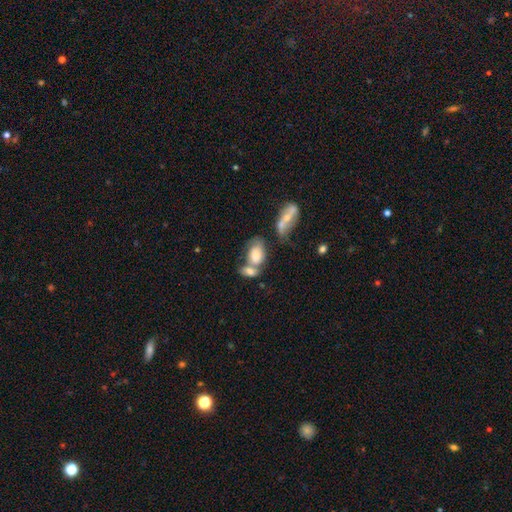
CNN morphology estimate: Smooth or featured? smooth (71%)
How rounded? in between (86%)
Merging? merger (56%)